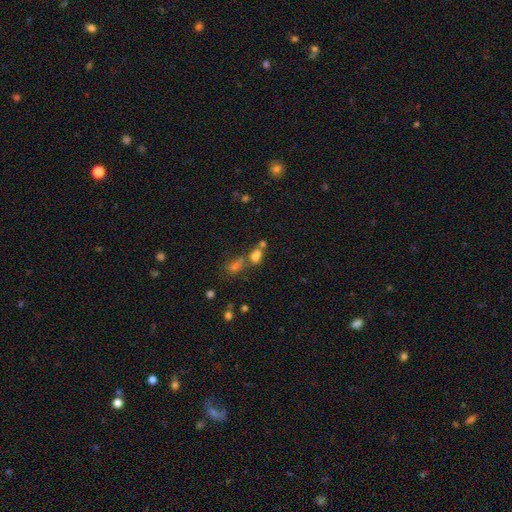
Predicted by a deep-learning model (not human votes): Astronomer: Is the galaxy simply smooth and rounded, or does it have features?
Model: smooth — 67%.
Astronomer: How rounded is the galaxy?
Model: in between — 70%.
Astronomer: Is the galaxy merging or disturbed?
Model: merger — 51% (runner-up: none, 32%).